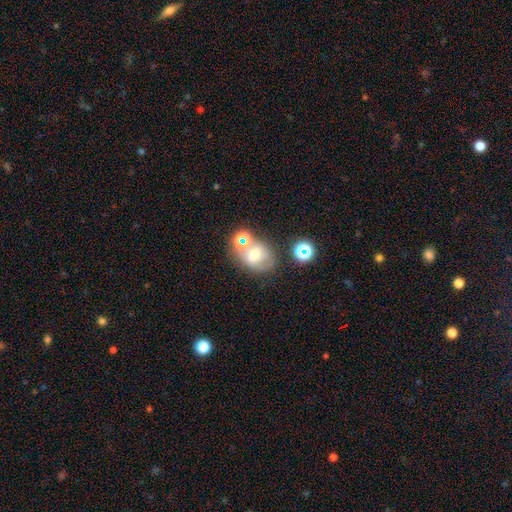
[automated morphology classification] smooth-or-featured: featured or disk: 41% | smooth: 32% | star or artifact: 26%
  merging: none: 54% | merger: 20% | minor disturbance: 16% | major disturbance: 10%